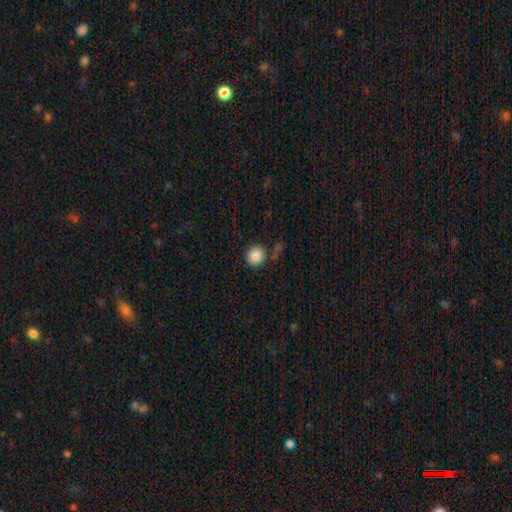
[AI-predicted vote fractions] Morphology: type=smooth (87%); roundness=round (91%); merging=none (79%).